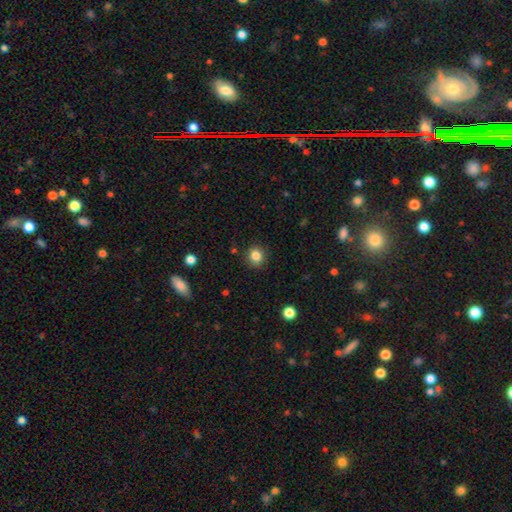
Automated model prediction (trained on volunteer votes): smooth 84%, star or artifact 11%, featured or disk 5%. Down the decision tree: how rounded — round (82%); merging — none (88%).